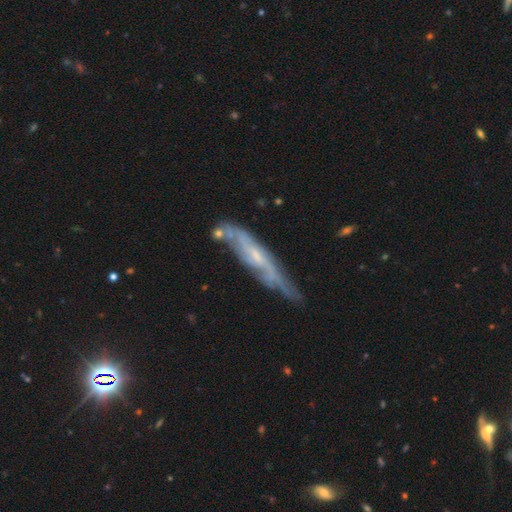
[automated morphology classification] Q: Smooth or featured?
A: featured or disk (69%); runner-up: smooth (24%)
Q: Edge-on disk?
A: yes (59%); runner-up: no (41%)
Q: Merging?
A: none (54%); runner-up: minor disturbance (29%)